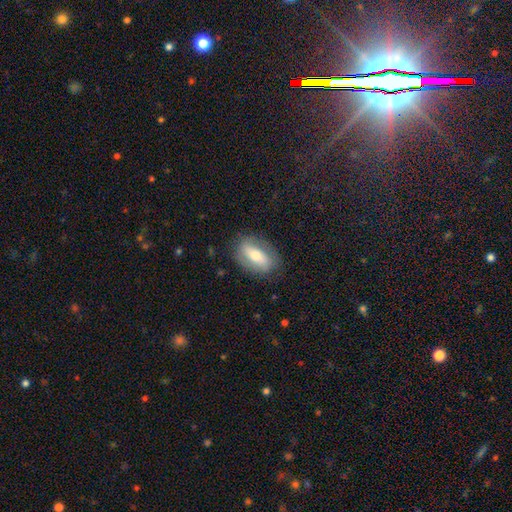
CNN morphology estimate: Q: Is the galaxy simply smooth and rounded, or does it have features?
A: smooth — 52%.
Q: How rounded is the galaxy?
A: in between — 84%.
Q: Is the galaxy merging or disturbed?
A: none — 79%.